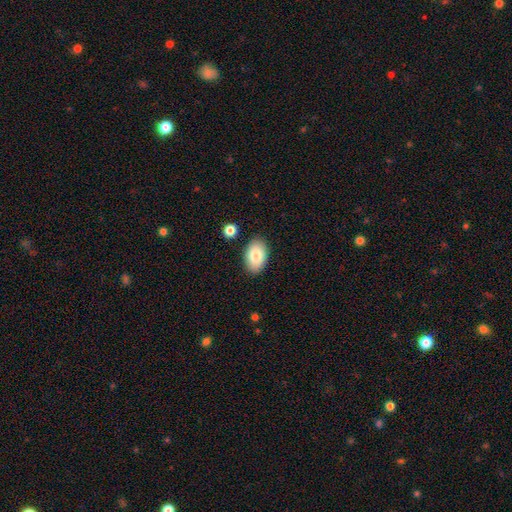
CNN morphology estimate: A smooth galaxy with no disk features (84%) that is in between round and cigar-shaped (93%).

Vote fractions:
- Smooth or featured? smooth: 84% / featured or disk: 9% / star or artifact: 6%
- How rounded? in between: 93% / round: 6% / cigar-shaped: 1%
- Merging? none: 87% / minor disturbance: 9% / merger: 2% / major disturbance: 2%